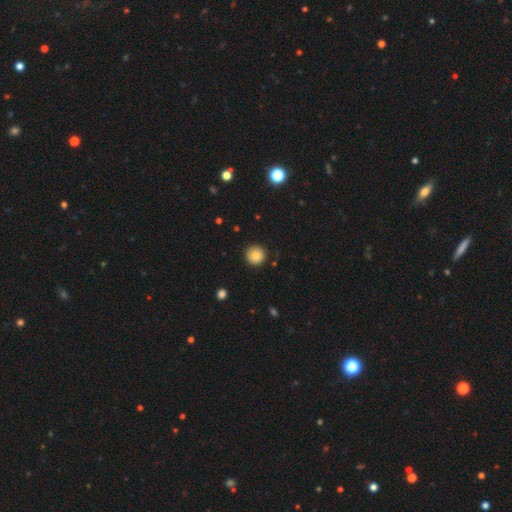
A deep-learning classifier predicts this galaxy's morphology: This is clearly a smooth galaxy (83%). How rounded: clearly round (96%). Merging: clearly none (91%).